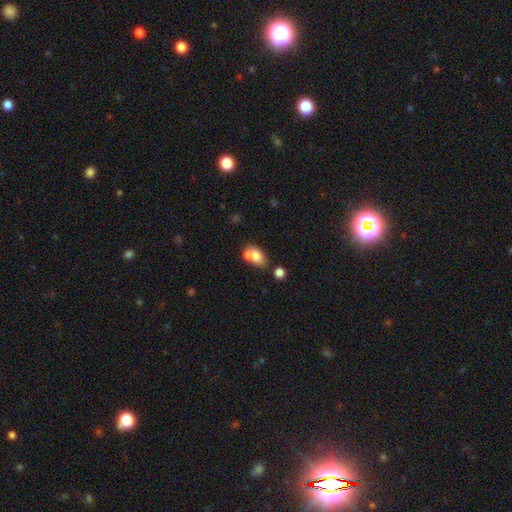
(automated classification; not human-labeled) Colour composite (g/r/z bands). It shows a smooth galaxy with no disk features (74%) that is in between round and cigar-shaped (82%). Merging: merger (44%).